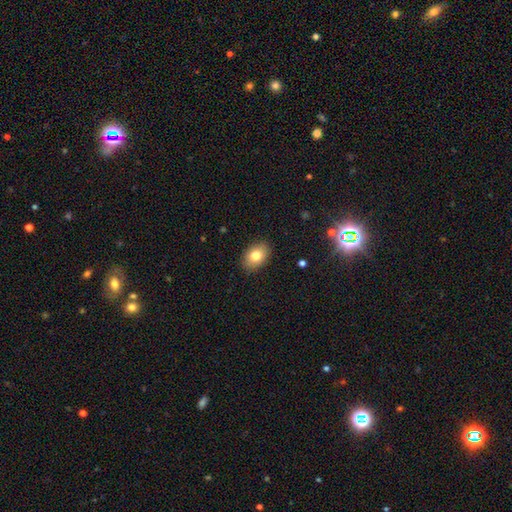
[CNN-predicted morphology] Smooth or featured? smooth (79%)
How rounded? in between (83%)
Merging? none (88%)